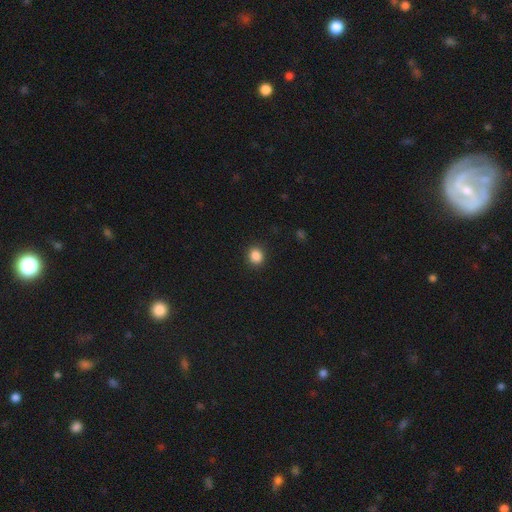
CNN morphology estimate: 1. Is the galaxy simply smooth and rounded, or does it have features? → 86% smooth, 10% star or artifact, 3% featured or disk.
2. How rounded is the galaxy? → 84% round, 15% in between, 1% cigar-shaped.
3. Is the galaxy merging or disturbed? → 91% none, 6% minor disturbance, 2% major disturbance, 1% merger.